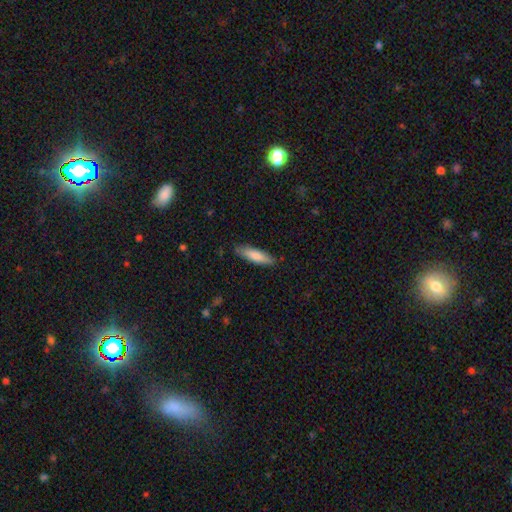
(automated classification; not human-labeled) Q: Smooth or featured?
A: smooth (79%); runner-up: featured or disk (15%)
Q: How rounded?
A: cigar-shaped (66%); runner-up: in between (32%)
Q: Merging?
A: none (83%); runner-up: minor disturbance (13%)